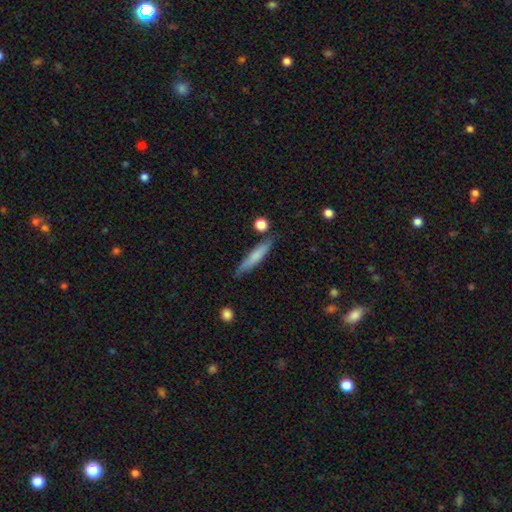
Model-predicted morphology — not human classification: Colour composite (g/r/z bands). It shows a smooth galaxy with no disk features (69%) that is cigar-shaped (89%). Merging: none (79%).